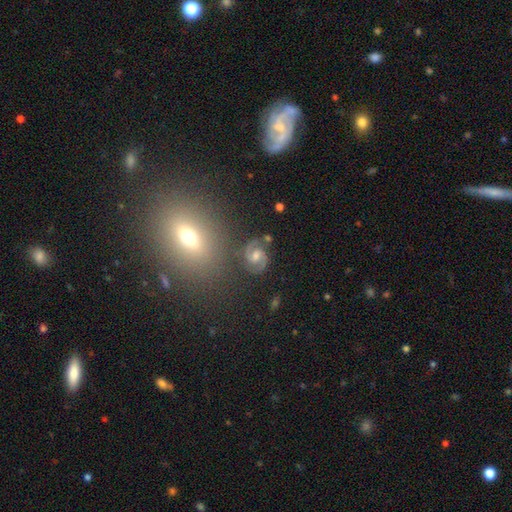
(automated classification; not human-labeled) The model was most divided on "bar": weak: 46%, no: 43%, strong: 10%. More confident: edge-on disk — no (97%); spiral arms — yes (96%); spiral arm count — 2 (92%); smooth or featured — featured or disk (81%); merging — none (77%); bulge size — moderate (60%); spiral winding — medium (58%).